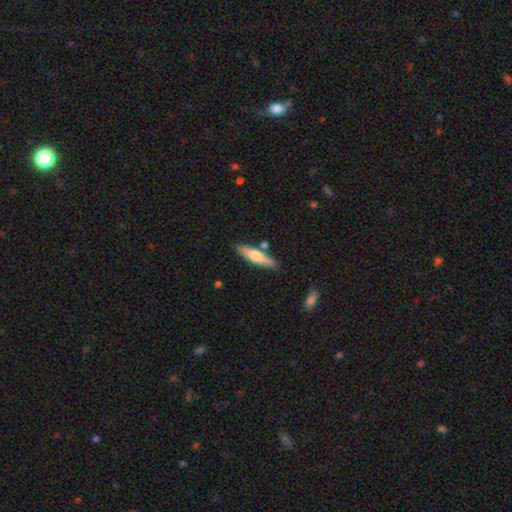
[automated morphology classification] This is possibly a smooth galaxy (54%). How rounded: likely cigar-shaped (78%). Merging: clearly none (83%).